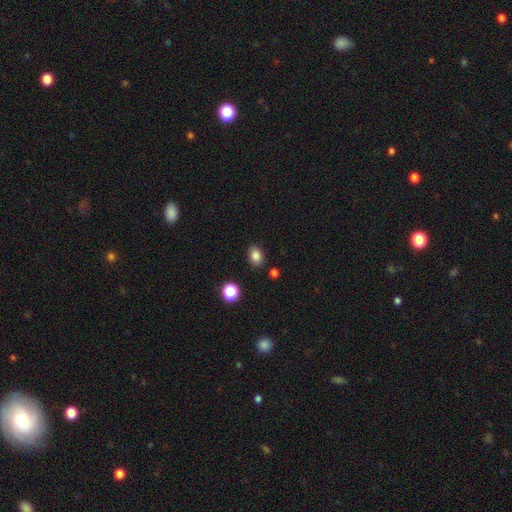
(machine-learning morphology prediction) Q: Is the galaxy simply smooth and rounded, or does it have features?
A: smooth — 84%.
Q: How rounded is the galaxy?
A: in between — 67%.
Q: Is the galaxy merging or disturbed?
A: none — 86%.